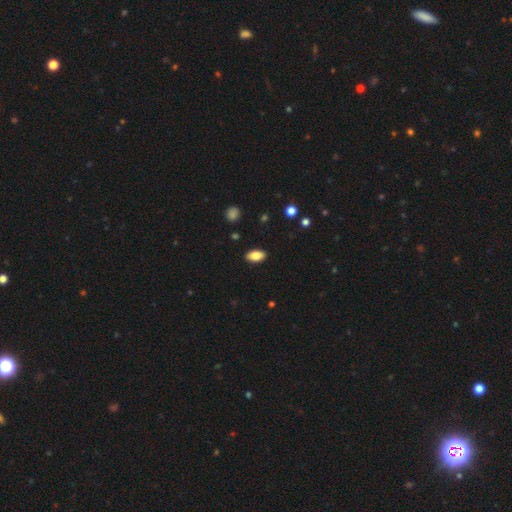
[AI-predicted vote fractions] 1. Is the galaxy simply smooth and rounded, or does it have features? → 83% smooth, 9% featured or disk, 8% star or artifact.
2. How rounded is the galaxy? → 92% in between, 4% round, 4% cigar-shaped.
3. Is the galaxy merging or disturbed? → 89% none, 8% minor disturbance, 2% major disturbance, 1% merger.